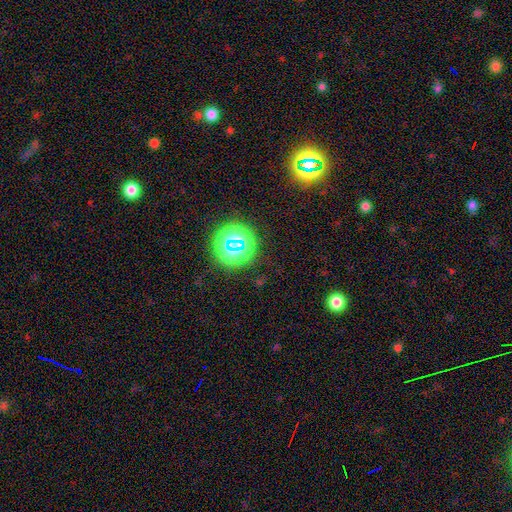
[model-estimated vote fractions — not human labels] Smooth or featured? Predicted: star or artifact (p=0.76).